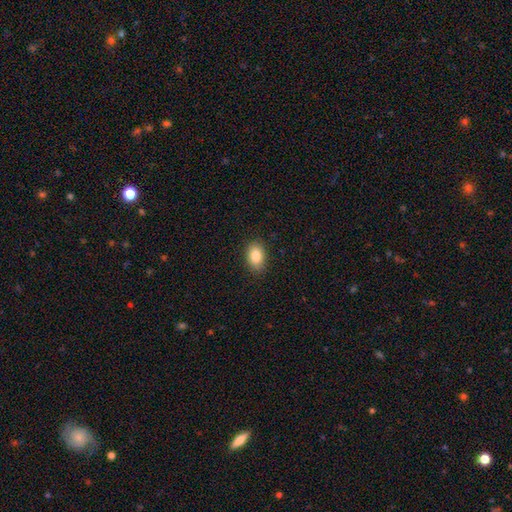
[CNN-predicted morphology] This is clearly a smooth galaxy (85%). How rounded: clearly in between (84%). Merging: clearly none (87%).